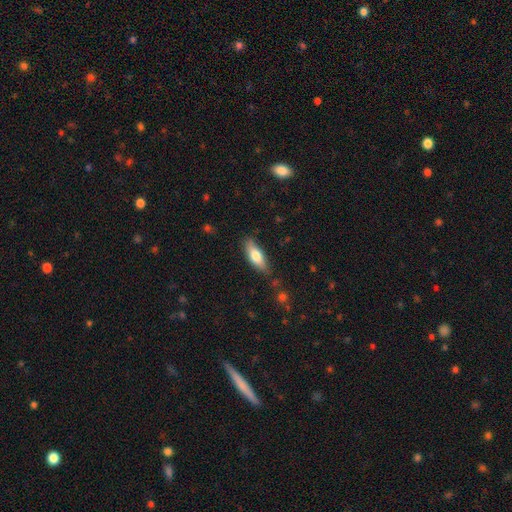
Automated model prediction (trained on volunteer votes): A smooth galaxy with no disk features (72%) that is in between round and cigar-shaped (61%).

Vote fractions:
- Smooth or featured? smooth: 72% / featured or disk: 22% / star or artifact: 6%
- How rounded? in between: 61% / cigar-shaped: 36% / round: 2%
- Merging? none: 79% / minor disturbance: 16% / major disturbance: 3% / merger: 2%